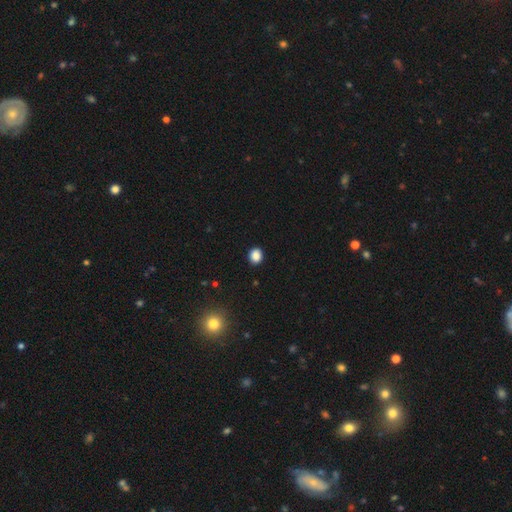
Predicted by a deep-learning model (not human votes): A smooth galaxy with no disk features (87%) that is round (64%).

Vote fractions:
- Smooth or featured? smooth: 87% / star or artifact: 10% / featured or disk: 3%
- How rounded? round: 64% / in between: 35% / cigar-shaped: 1%
- Merging? none: 90% / minor disturbance: 7% / major disturbance: 2% / merger: 1%